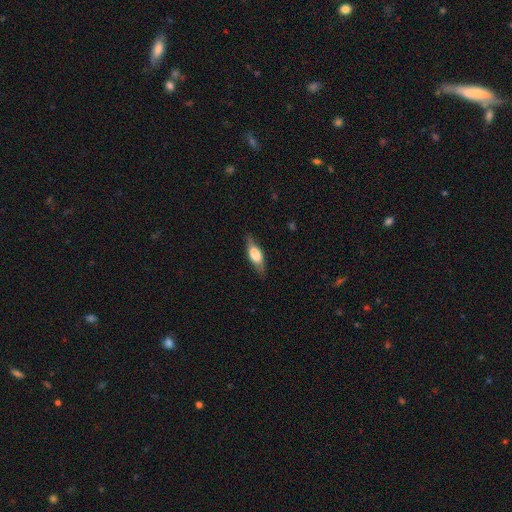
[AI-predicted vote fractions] The model was most divided on "smooth or featured": smooth: 57%, featured or disk: 37%, star or artifact: 7%. More confident: merging — none (78%); how rounded — in between (62%).